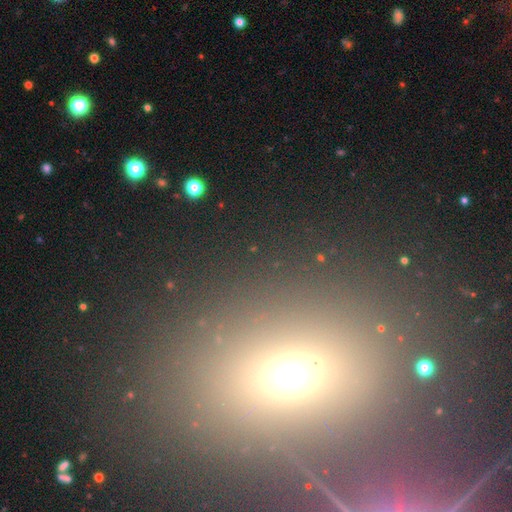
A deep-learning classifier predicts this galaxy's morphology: Smooth or featured? Predicted: star or artifact (p=0.48).